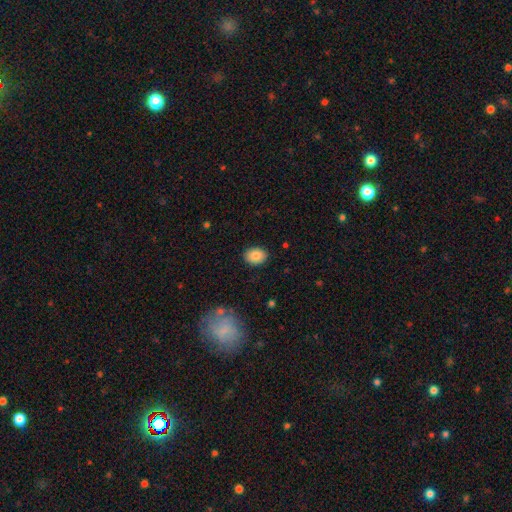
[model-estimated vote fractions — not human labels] Q: Smooth or featured?
A: smooth (86%); runner-up: star or artifact (8%)
Q: How rounded?
A: in between (68%); runner-up: round (31%)
Q: Merging?
A: none (88%); runner-up: minor disturbance (9%)